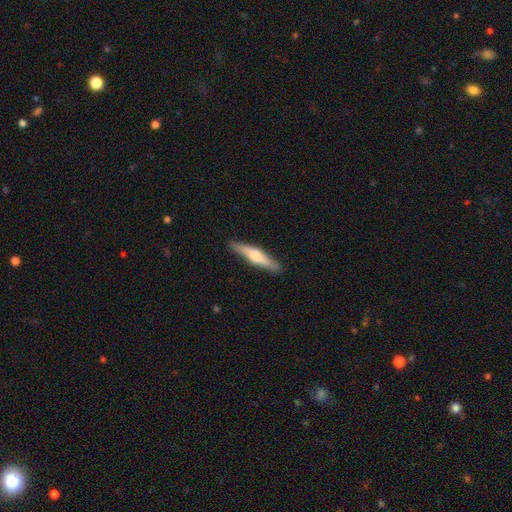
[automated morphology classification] type=smooth (48%); merging=none (88%).